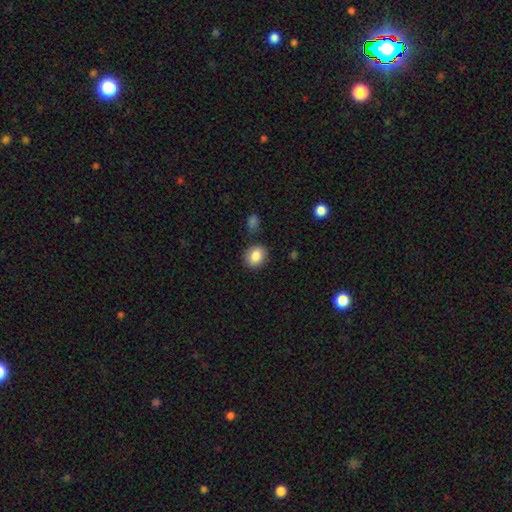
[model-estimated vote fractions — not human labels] A smooth galaxy with no disk features (86%) that is round (57%).

Vote fractions:
- Smooth or featured? smooth: 86% / star or artifact: 8% / featured or disk: 6%
- How rounded? round: 57% / in between: 42% / cigar-shaped: 1%
- Merging? none: 83% / minor disturbance: 10% / merger: 3% / major disturbance: 3%